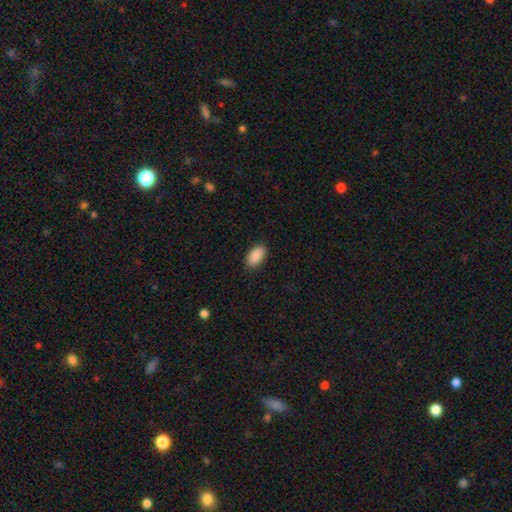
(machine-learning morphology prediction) Smooth or featured?
  - smooth: 90% *
  - star or artifact: 6%
  - featured or disk: 4%
How rounded?
  - in between: 94% *
  - round: 4%
  - cigar-shaped: 2%
Merging?
  - none: 87% *
  - minor disturbance: 9%
  - major disturbance: 2%
  - merger: 1%